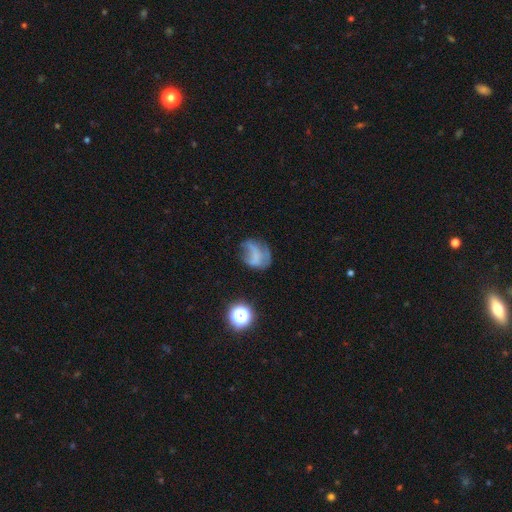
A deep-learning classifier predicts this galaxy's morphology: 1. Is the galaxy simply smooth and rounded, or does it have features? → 43% smooth, 40% featured or disk, 18% star or artifact.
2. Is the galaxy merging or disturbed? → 37% none, 35% major disturbance, 25% minor disturbance, 4% merger.